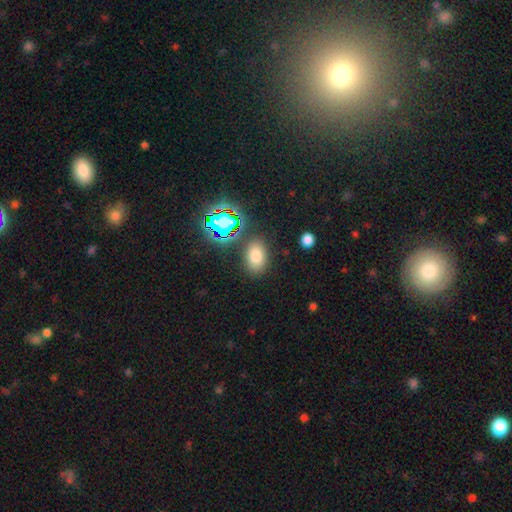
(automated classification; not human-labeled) The model was most divided on "smooth or featured": smooth: 72%, star or artifact: 19%, featured or disk: 9%. More confident: how rounded — in between (86%); merging — none (81%).